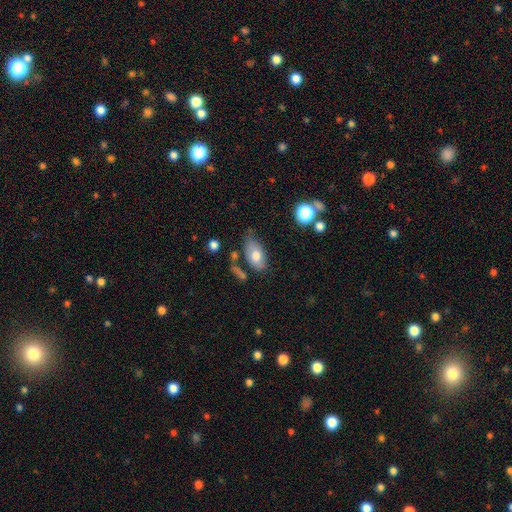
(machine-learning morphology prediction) Overall: smooth (73%). How rounded: in between (92%). Merging: none (58%; minor disturbance 25%).